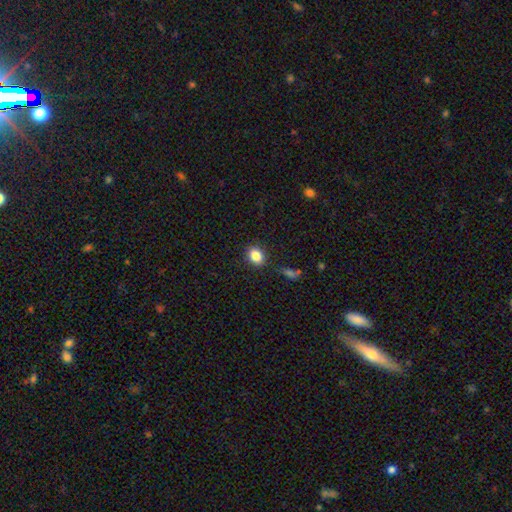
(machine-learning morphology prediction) Smooth or featured? Predicted: smooth (p=0.85). How rounded? Predicted: in between (p=0.58). Merging? Predicted: none (p=0.85).